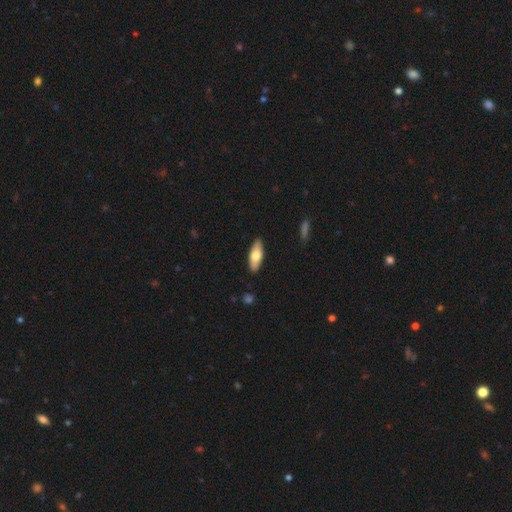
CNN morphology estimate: A smooth galaxy with no disk features (68%) that is in between round and cigar-shaped (66%). Merging: none (88%).